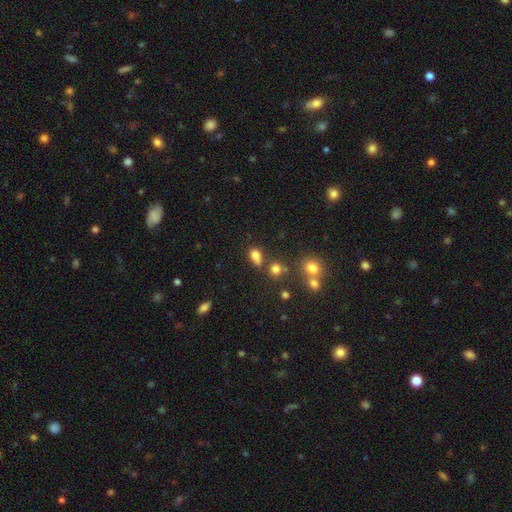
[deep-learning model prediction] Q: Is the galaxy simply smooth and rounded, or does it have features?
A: smooth — 79%.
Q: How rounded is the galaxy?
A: in between — 73%.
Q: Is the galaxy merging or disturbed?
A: none — 56%.